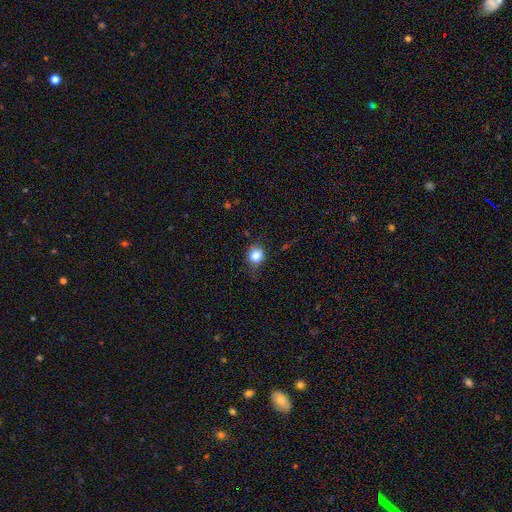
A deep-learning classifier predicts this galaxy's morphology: smooth 83%, star or artifact 11%, featured or disk 6%. Down the decision tree: how rounded — round (79%); merging — none (69%).